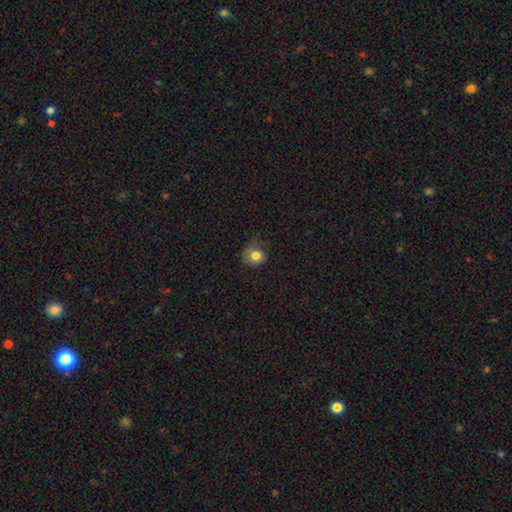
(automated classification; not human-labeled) This appears to be a smooth galaxy with no disk features (81%) that is round (80%). Merging: none (62%).